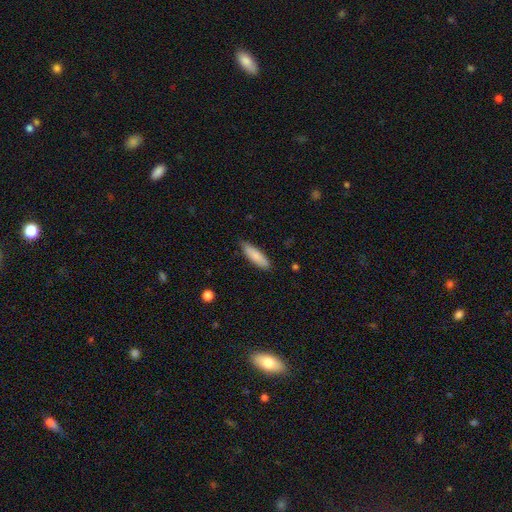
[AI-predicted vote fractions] The model was most divided on "how rounded": cigar-shaped: 54%, in between: 44%, round: 2%. More confident: smooth or featured — smooth (83%); merging — none (79%).